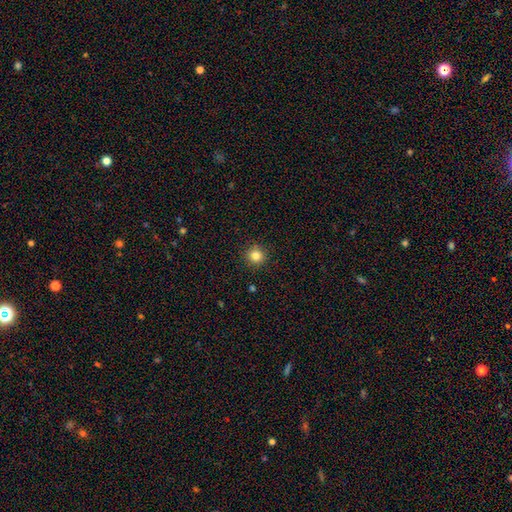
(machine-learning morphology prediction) Overall: smooth (82%). How rounded: round (94%). Merging: none (92%).